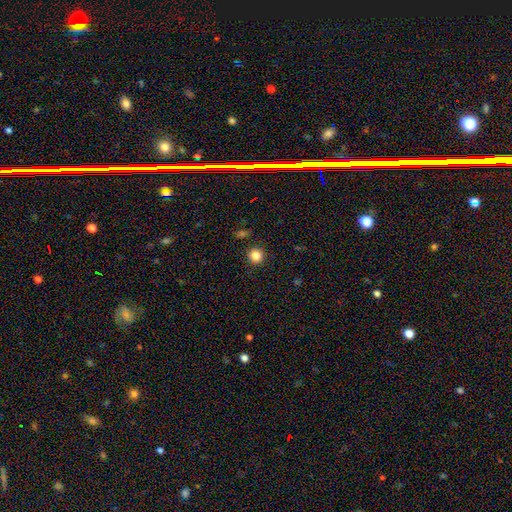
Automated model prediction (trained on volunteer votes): The model was most divided on "smooth or featured": smooth: 84%, star or artifact: 12%, featured or disk: 4%. More confident: how rounded — round (93%); merging — none (91%).